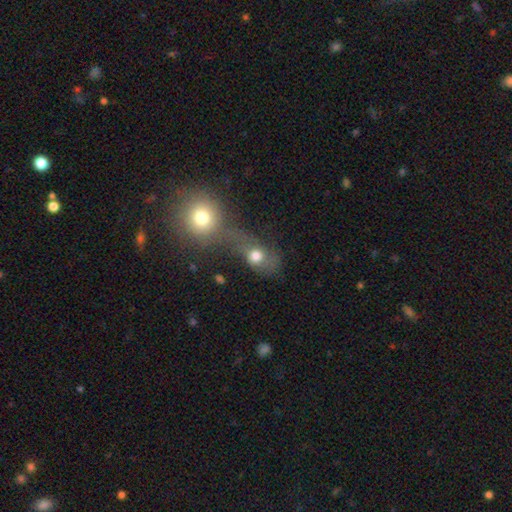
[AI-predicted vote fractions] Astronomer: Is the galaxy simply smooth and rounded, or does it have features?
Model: smooth — 69%.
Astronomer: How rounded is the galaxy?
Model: round — 58% (runner-up: in between, 39%).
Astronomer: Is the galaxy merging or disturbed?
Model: merger — 57%.